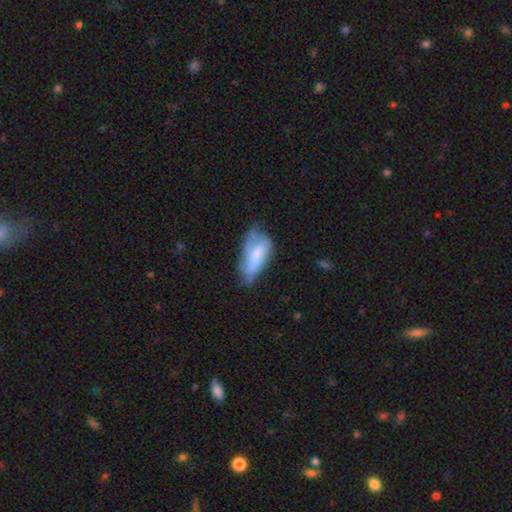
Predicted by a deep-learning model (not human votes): Overall: smooth (49%; featured or disk 43%). Merging: none (39%; minor disturbance 36%).